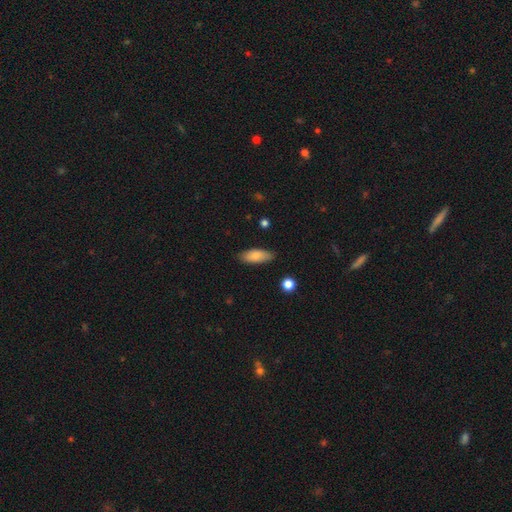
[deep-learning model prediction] Smooth or featured?
  - smooth: 84% *
  - featured or disk: 10%
  - star or artifact: 6%
How rounded?
  - in between: 75% *
  - cigar-shaped: 23%
  - round: 2%
Merging?
  - none: 84% *
  - minor disturbance: 12%
  - major disturbance: 2%
  - merger: 1%